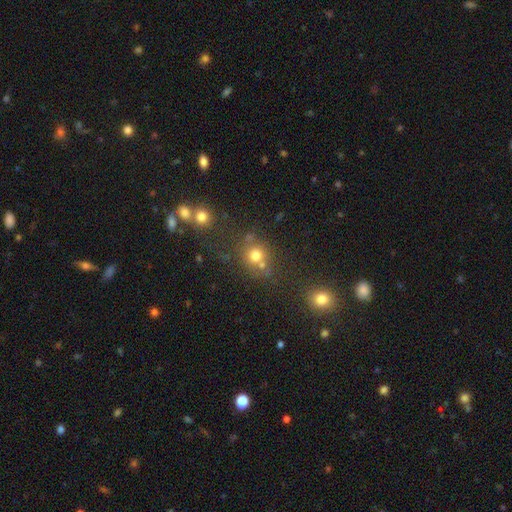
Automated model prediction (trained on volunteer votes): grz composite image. It shows a smooth galaxy with no disk features (71%) that is round (83%). Merging: none (61%).